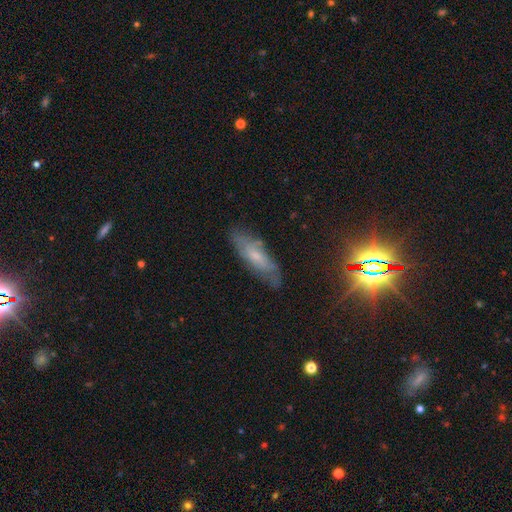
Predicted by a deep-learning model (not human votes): Smooth or featured? featured or disk (48%)
Merging? none (72%)